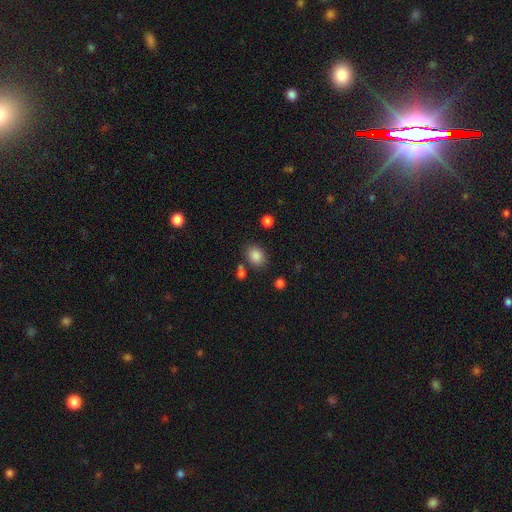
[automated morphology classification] This appears to be a smooth galaxy with no disk features (85%) that is round (50%). Merging: none (77%).